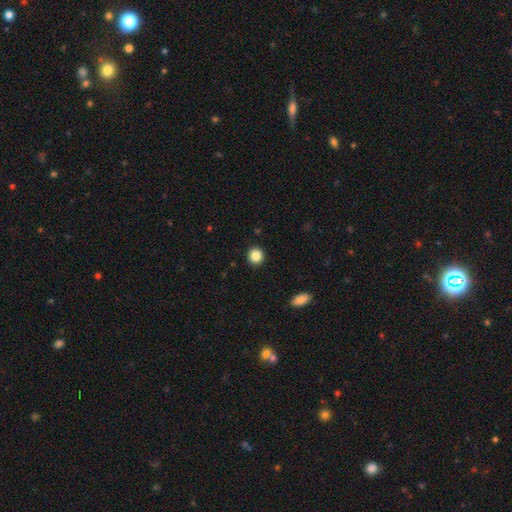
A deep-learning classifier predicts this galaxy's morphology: Smooth or featured?
  - smooth: 86% *
  - star or artifact: 10%
  - featured or disk: 4%
How rounded?
  - round: 89% *
  - in between: 10%
  - cigar-shaped: 1%
Merging?
  - none: 92% *
  - minor disturbance: 5%
  - major disturbance: 2%
  - merger: 1%